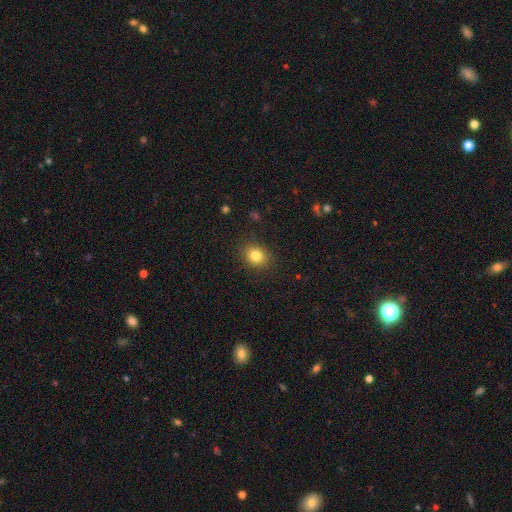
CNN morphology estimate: Smooth or featured: smooth — 82% (star or artifact — 11%)
How rounded: round — 56% (in between — 43%)
Merging: none — 88% (minor disturbance — 9%)